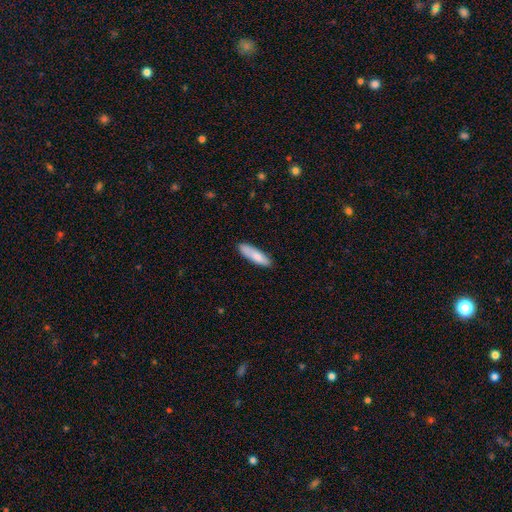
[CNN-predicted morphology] Smooth or featured?
  - smooth: 82% *
  - featured or disk: 13%
  - star or artifact: 6%
How rounded?
  - cigar-shaped: 61% *
  - in between: 37%
  - round: 1%
Merging?
  - none: 83% *
  - minor disturbance: 14%
  - major disturbance: 2%
  - merger: 1%